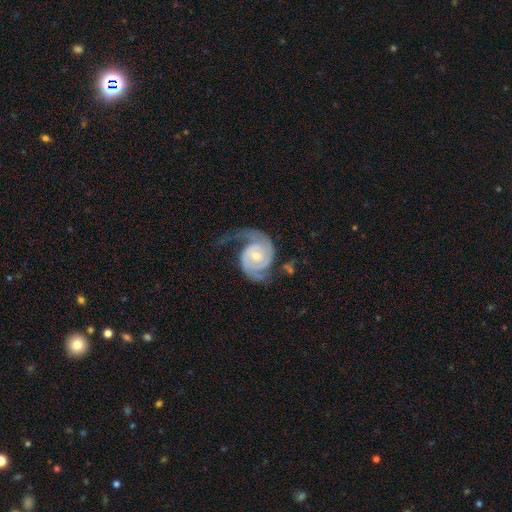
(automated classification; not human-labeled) This appears to be a featured or disk galaxy (90%) with no bar (60%), 2 (79%) tight (45%) spiral arms (98%) and a moderate central bulge (48%, tied with small). Merging: none (53%).